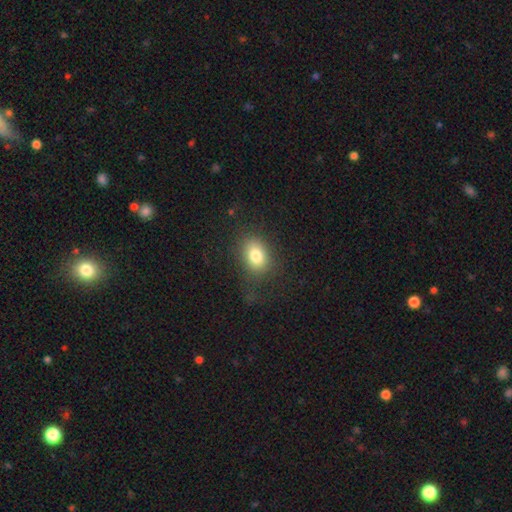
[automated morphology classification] smooth_or_featured: smooth (p=0.80) [alt: star or artifact p=0.11]
how_rounded: in between (p=0.69) [alt: round p=0.30]
merging: none (p=0.75) [alt: minor disturbance p=0.15]